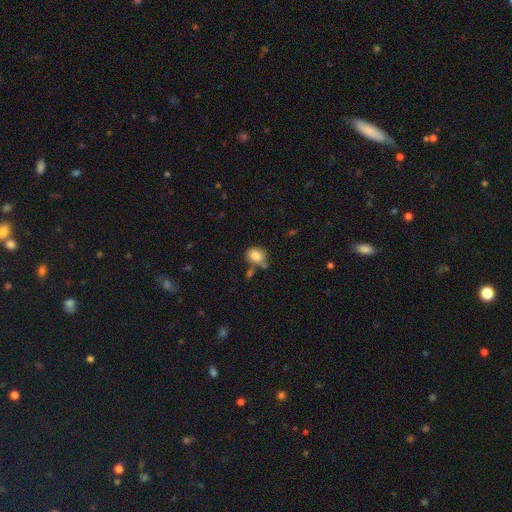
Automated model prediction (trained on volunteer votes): Overall: smooth (82%). How rounded: round (52%; in between 47%). Merging: none (60%).